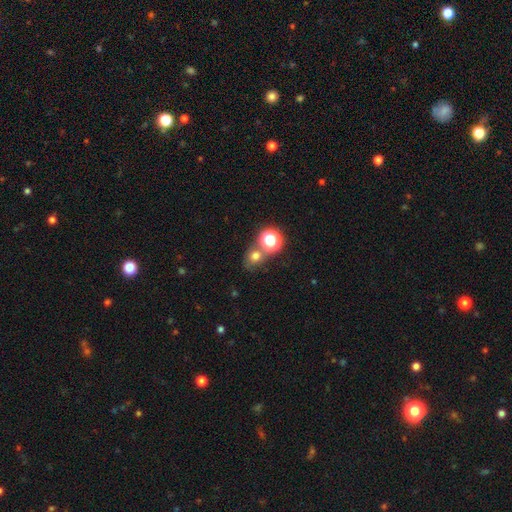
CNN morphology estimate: Smooth or featured?
  - smooth: 67% *
  - star or artifact: 23%
  - featured or disk: 10%
How rounded?
  - round: 75% *
  - in between: 24%
  - cigar-shaped: 1%
Merging?
  - none: 55% *
  - merger: 28%
  - minor disturbance: 11%
  - major disturbance: 6%